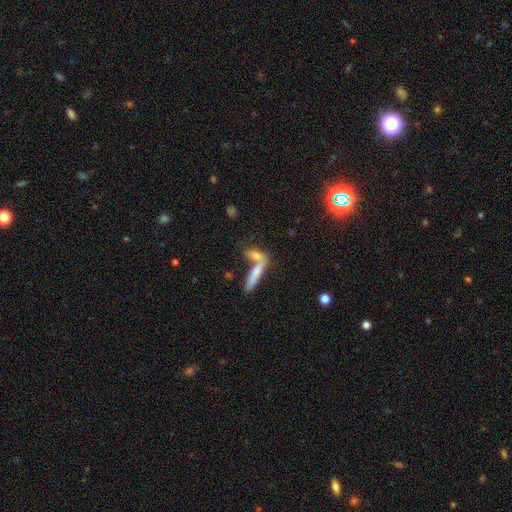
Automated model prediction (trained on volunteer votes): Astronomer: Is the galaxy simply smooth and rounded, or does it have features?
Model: smooth — 69%.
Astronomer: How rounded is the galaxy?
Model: cigar-shaped — 64%.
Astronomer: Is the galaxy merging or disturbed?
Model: merger — 48% (runner-up: none, 40%).